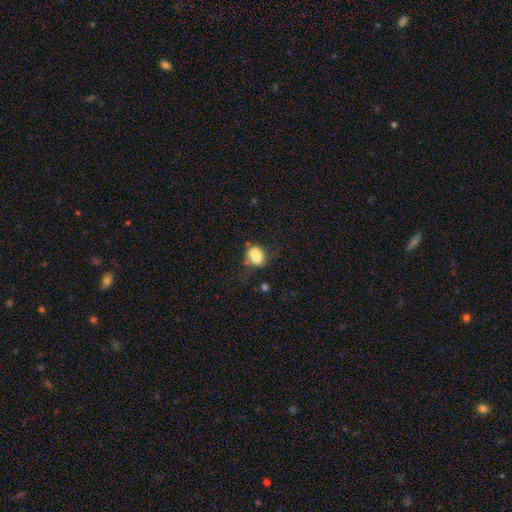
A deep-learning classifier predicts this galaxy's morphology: Q: Smooth or featured?
A: smooth (73%); runner-up: featured or disk (17%)
Q: How rounded?
A: in between (58%); runner-up: round (41%)
Q: Merging?
A: none (39%); runner-up: merger (27%)